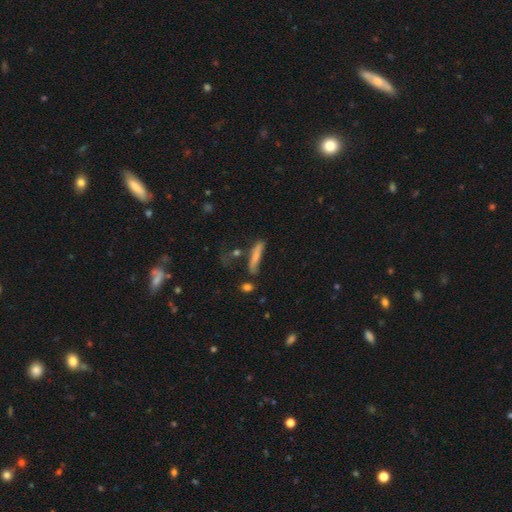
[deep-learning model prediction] smooth-or-featured: smooth: 70% | featured or disk: 21% | star or artifact: 8%
  how-rounded: cigar-shaped: 88% | in between: 10% | round: 2%
  merging: none: 61% | minor disturbance: 21% | merger: 9% | major disturbance: 9%